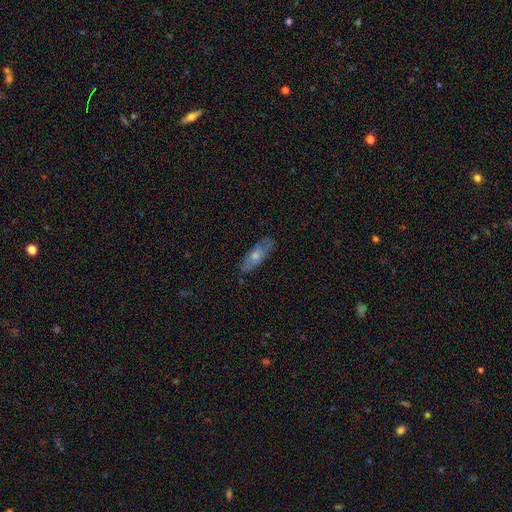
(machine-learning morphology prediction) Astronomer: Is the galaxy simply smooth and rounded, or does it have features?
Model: featured or disk — 47% (runner-up: smooth, 45%).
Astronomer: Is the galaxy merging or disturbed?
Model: none — 84%.